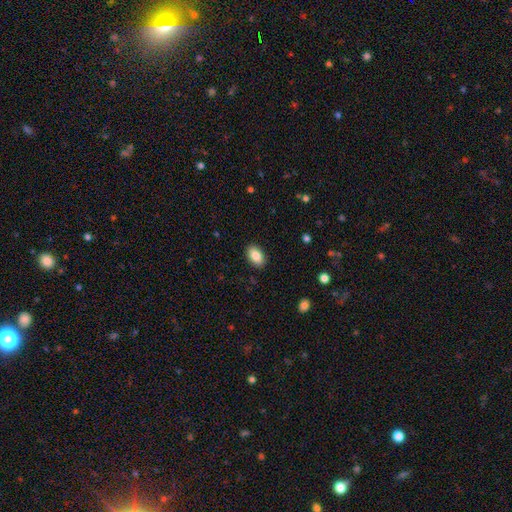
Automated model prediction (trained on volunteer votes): smooth-or-featured: smooth: 86% | star or artifact: 7% | featured or disk: 7%
  how-rounded: in between: 92% | round: 6% | cigar-shaped: 2%
  merging: none: 89% | minor disturbance: 8% | major disturbance: 2% | merger: 1%